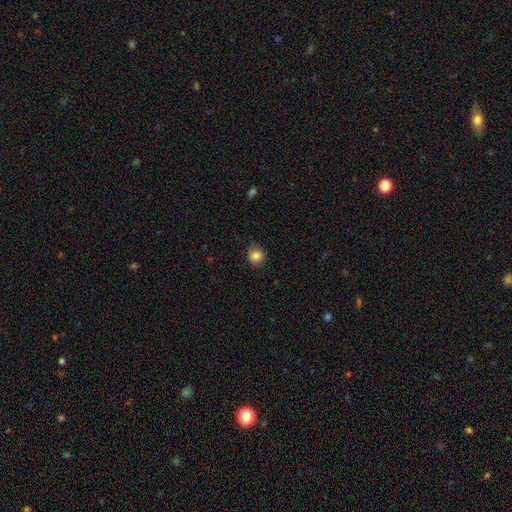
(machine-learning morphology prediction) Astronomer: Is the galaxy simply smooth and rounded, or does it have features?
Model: smooth — 85%.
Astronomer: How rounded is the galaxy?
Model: round — 86%.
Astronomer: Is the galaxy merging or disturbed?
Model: none — 78%.